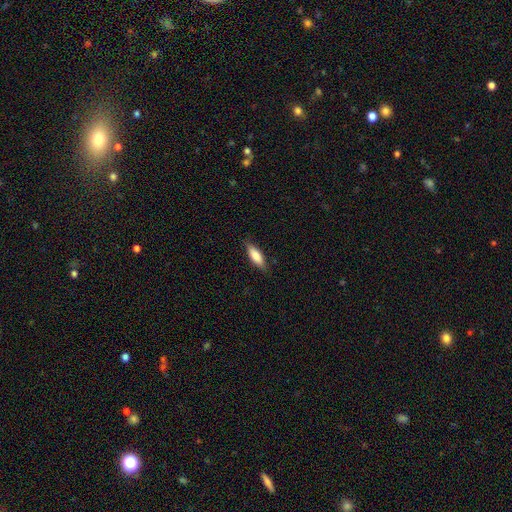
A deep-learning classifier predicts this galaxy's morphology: This appears to be a smooth galaxy with no disk features (78%) that is in between round and cigar-shaped (57%). Merging: none (84%).